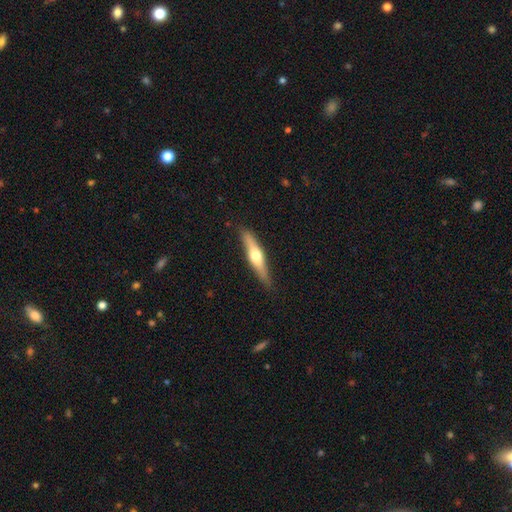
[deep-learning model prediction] A featured or disk galaxy (59%) viewed edge-on (95%) with a rounded central bulge (93%). Merging: none (88%).